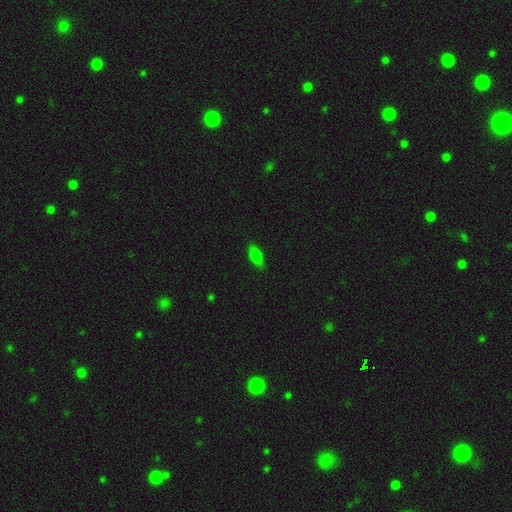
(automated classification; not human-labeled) Overall: smooth (81%). How rounded: in between (82%). Merging: none (84%).